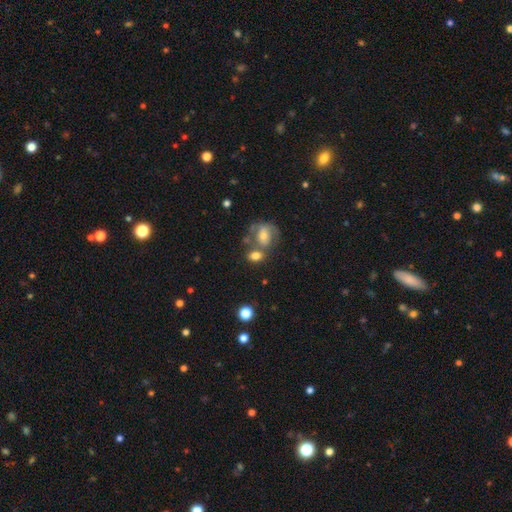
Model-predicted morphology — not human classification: A smooth galaxy with no disk features (71%) that is in between round and cigar-shaped (70%). Merging: none (40%, tied with merger).